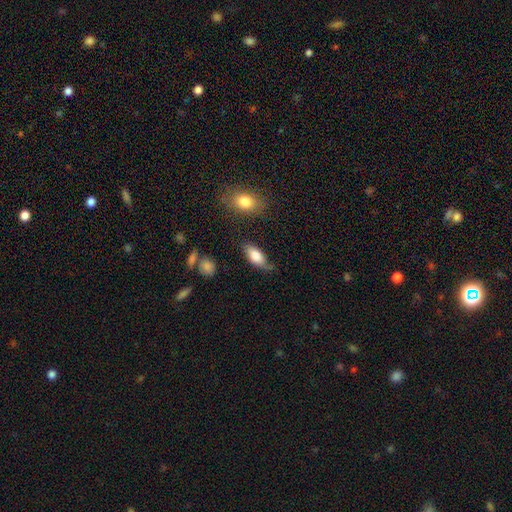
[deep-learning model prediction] Smooth or featured? Predicted: smooth (p=0.79). How rounded? Predicted: in between (p=0.88). Merging? Predicted: none (p=0.55).